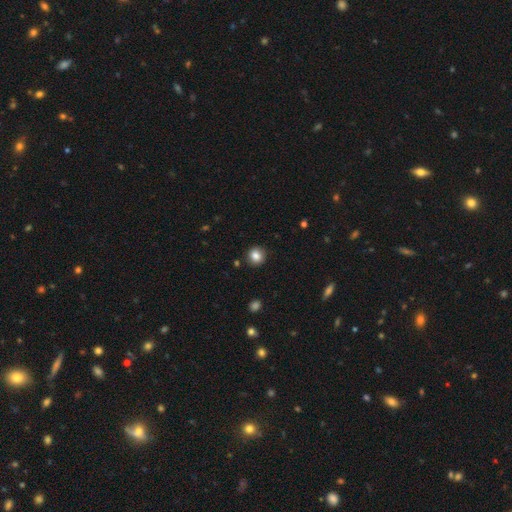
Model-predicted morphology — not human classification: Q: Smooth or featured?
A: smooth (84%); runner-up: star or artifact (10%)
Q: How rounded?
A: round (89%); runner-up: in between (10%)
Q: Merging?
A: none (90%); runner-up: minor disturbance (6%)